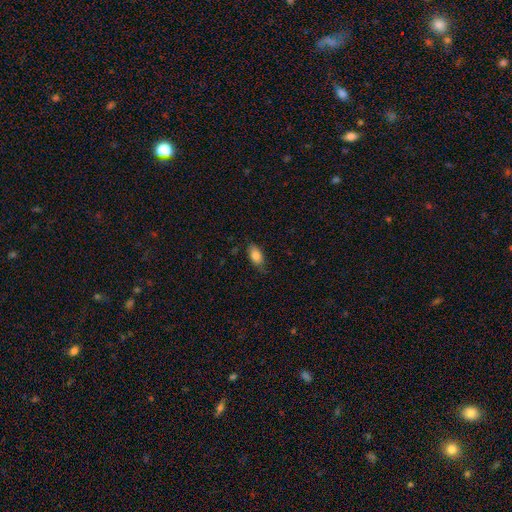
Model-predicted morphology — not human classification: A smooth galaxy with no disk features (81%) that is in between round and cigar-shaped (90%).

Vote fractions:
- Smooth or featured? smooth: 81% / featured or disk: 11% / star or artifact: 7%
- How rounded? in between: 90% / cigar-shaped: 6% / round: 5%
- Merging? none: 74% / minor disturbance: 21% / major disturbance: 4% / merger: 1%